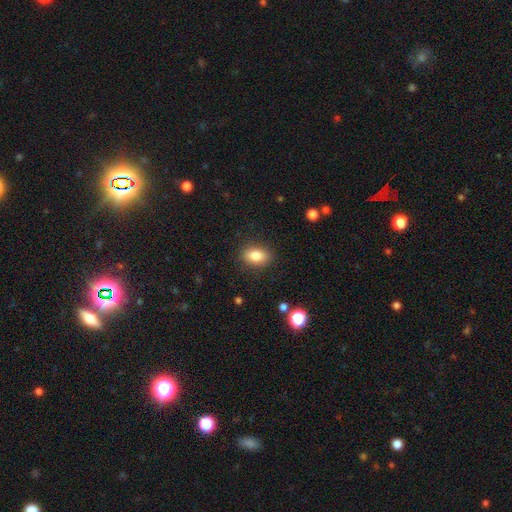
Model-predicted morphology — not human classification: smooth-or-featured: smooth: 84% | star or artifact: 9% | featured or disk: 7%
  how-rounded: in between: 83% | round: 15% | cigar-shaped: 2%
  merging: none: 87% | minor disturbance: 9% | major disturbance: 3% | merger: 1%